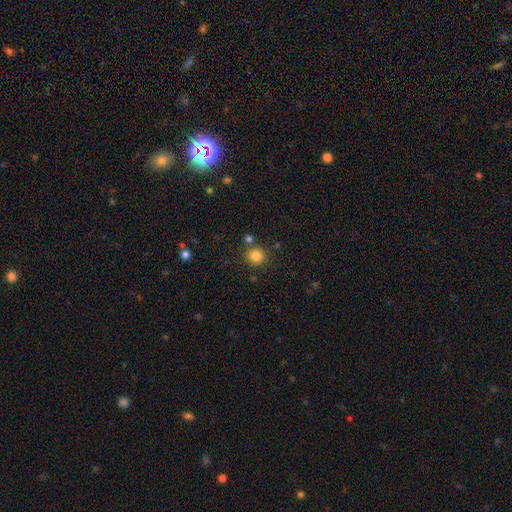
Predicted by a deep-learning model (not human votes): Smooth or featured: smooth — 83% (star or artifact — 12%)
How rounded: round — 91% (in between — 8%)
Merging: none — 80% (merger — 9%)